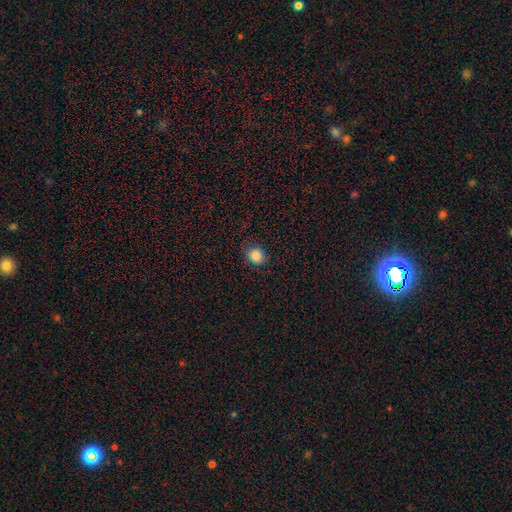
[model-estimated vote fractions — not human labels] smooth-or-featured: smooth: 86% | star or artifact: 11% | featured or disk: 4%
  how-rounded: round: 73% | in between: 26% | cigar-shaped: 1%
  merging: none: 79% | minor disturbance: 16% | major disturbance: 4% | merger: 1%